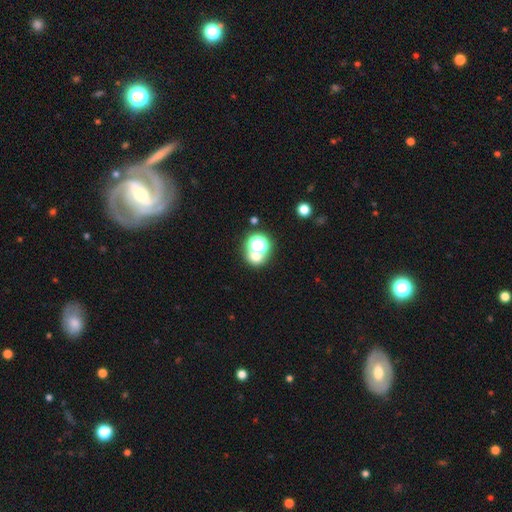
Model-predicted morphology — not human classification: This is possibly a smooth galaxy (53%). How rounded: likely round (77%). Merging: possibly none (54%).